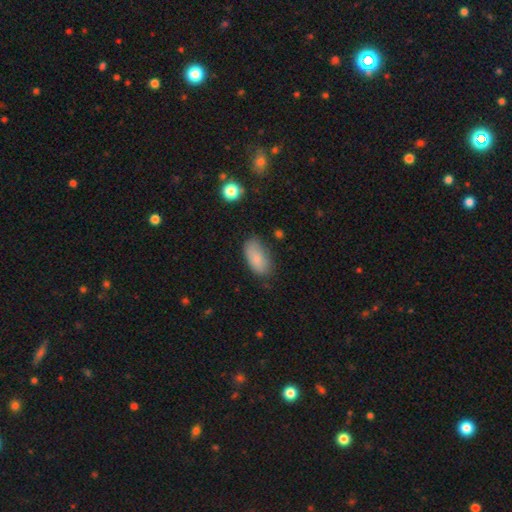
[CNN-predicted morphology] smooth-or-featured: smooth: 83% | featured or disk: 10% | star or artifact: 7%
  how-rounded: in between: 93% | cigar-shaped: 4% | round: 3%
  merging: none: 71% | minor disturbance: 22% | major disturbance: 5% | merger: 2%